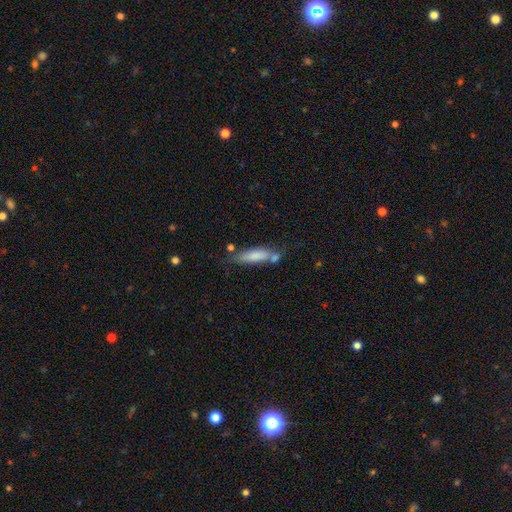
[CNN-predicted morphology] smooth_or_featured: smooth (p=0.78) [alt: featured or disk p=0.15]
how_rounded: cigar-shaped (p=0.56) [alt: in between p=0.42]
merging: none (p=0.52) [alt: merger p=0.22]